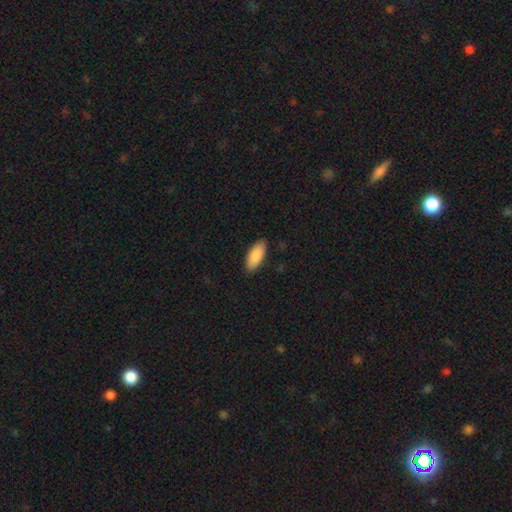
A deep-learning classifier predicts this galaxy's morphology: type=smooth (88%); roundness=in between (84%); merging=none (87%).